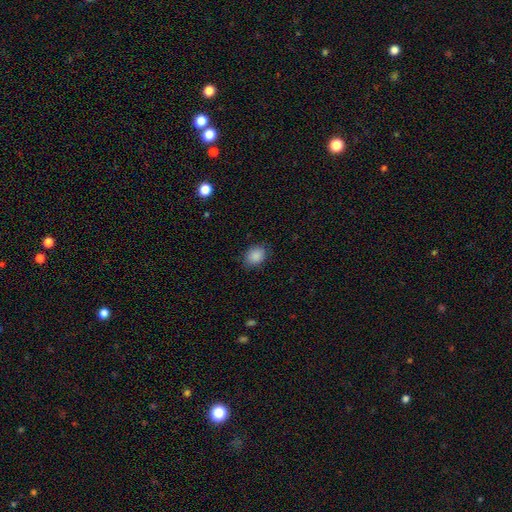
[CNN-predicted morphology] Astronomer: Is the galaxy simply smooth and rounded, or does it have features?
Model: smooth — 88%.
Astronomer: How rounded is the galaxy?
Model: in between — 54% (runner-up: round, 45%).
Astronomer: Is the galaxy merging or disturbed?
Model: none — 81%.